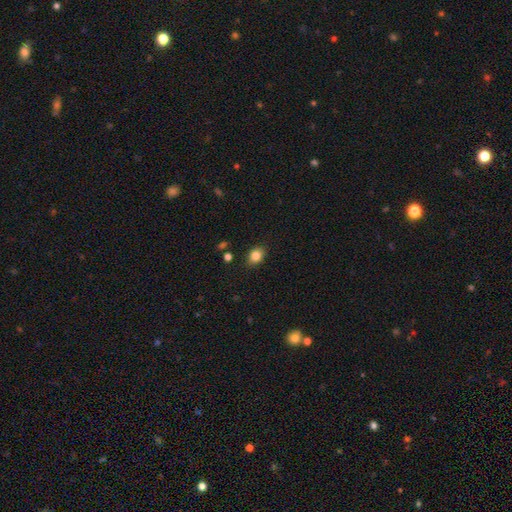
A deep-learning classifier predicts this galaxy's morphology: smooth-or-featured: smooth: 83% | star or artifact: 10% | featured or disk: 7%
  how-rounded: in between: 67% | round: 32% | cigar-shaped: 1%
  merging: none: 86% | minor disturbance: 10% | major disturbance: 2% | merger: 2%